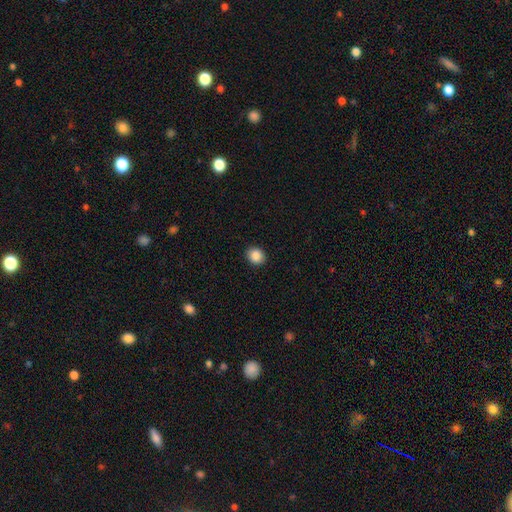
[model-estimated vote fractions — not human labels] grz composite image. It shows a smooth galaxy with no disk features (88%) that is round (69%). Merging: none (91%).